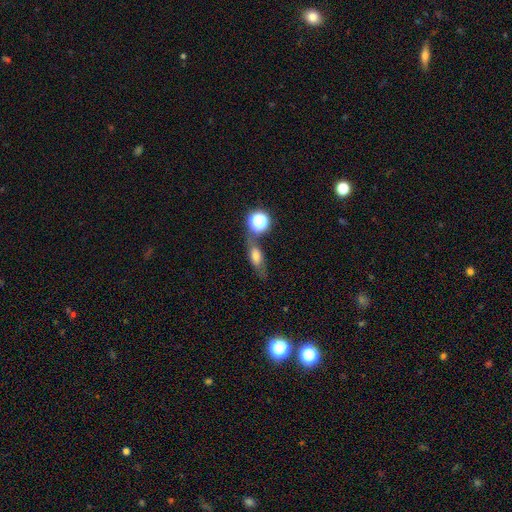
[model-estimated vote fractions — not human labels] Smooth or featured? Predicted: smooth (p=0.54). How rounded? Predicted: in between (p=0.57). Merging? Predicted: none (p=0.52).